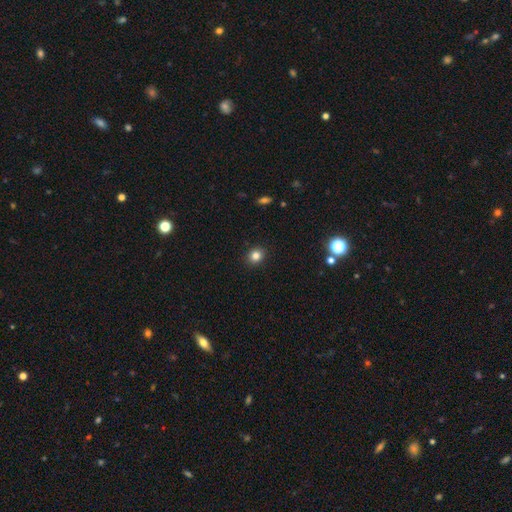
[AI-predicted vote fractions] Smooth or featured: smooth — 82% (star or artifact — 12%)
How rounded: round — 70% (in between — 30%)
Merging: none — 91% (minor disturbance — 6%)